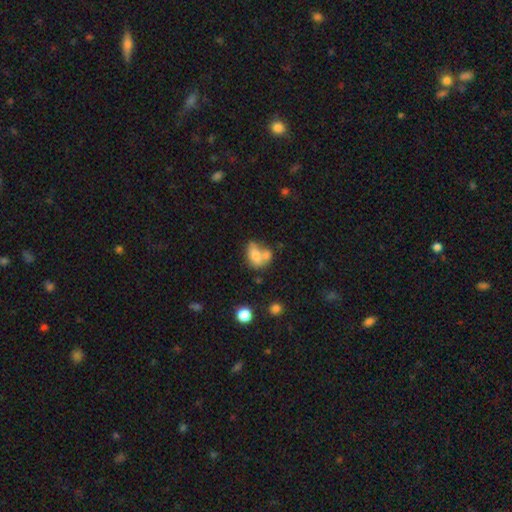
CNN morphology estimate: A smooth galaxy with no disk features (69%) that is in between round and cigar-shaped (68%).

Vote fractions:
- Smooth or featured? smooth: 69% / featured or disk: 22% / star or artifact: 10%
- How rounded? in between: 68% / round: 30% / cigar-shaped: 2%
- Merging? merger: 53% / none: 28% / minor disturbance: 12% / major disturbance: 7%